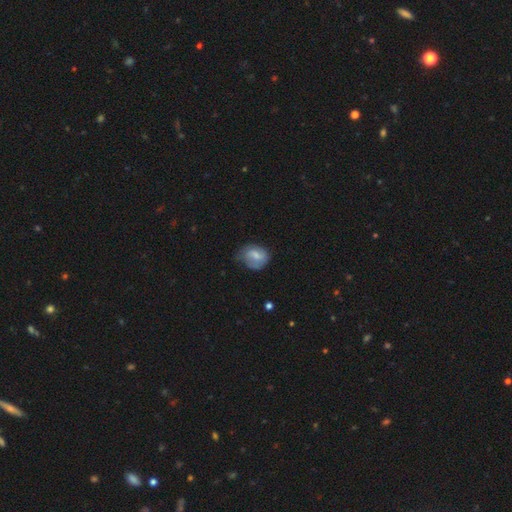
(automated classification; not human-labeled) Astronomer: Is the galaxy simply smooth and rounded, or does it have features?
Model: smooth — 56% (runner-up: featured or disk, 36%).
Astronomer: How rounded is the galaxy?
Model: round — 50% (runner-up: in between, 49%).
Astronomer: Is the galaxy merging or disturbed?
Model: none — 50% (runner-up: minor disturbance, 35%).